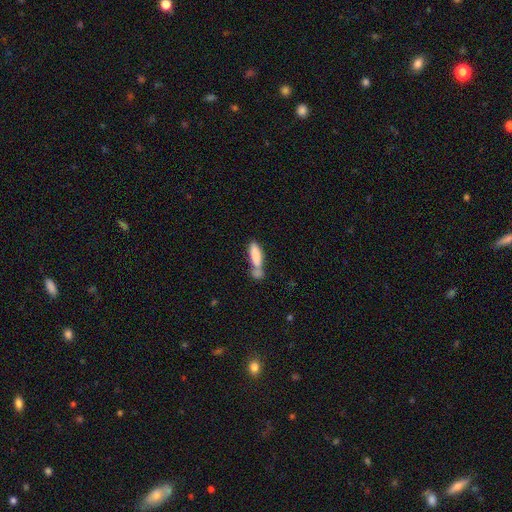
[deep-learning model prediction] Smooth or featured? smooth (81%)
How rounded? cigar-shaped (50%)
Merging? merger (50%)